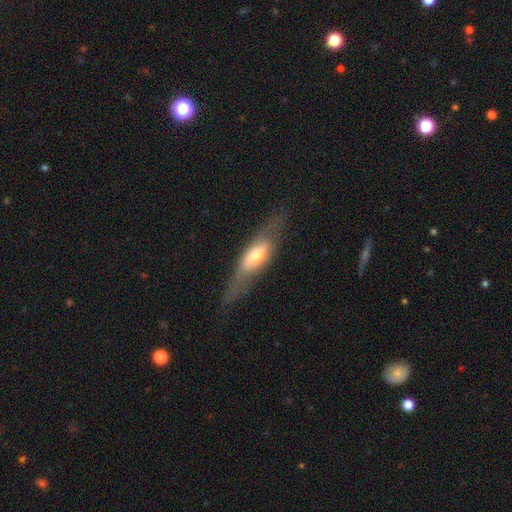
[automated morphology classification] featured or disk 55%, smooth 38%, star or artifact 7%. Down the decision tree: edge-on disk — yes (65%); merging — none (71%).